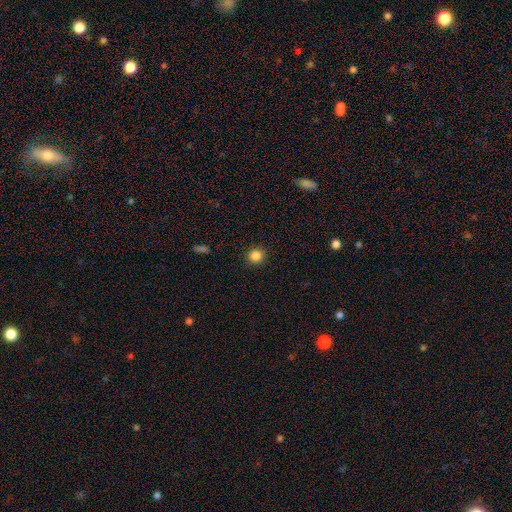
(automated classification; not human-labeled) Smooth or featured: smooth — 85% (star or artifact — 11%)
How rounded: round — 94% (in between — 5%)
Merging: none — 92% (minor disturbance — 5%)